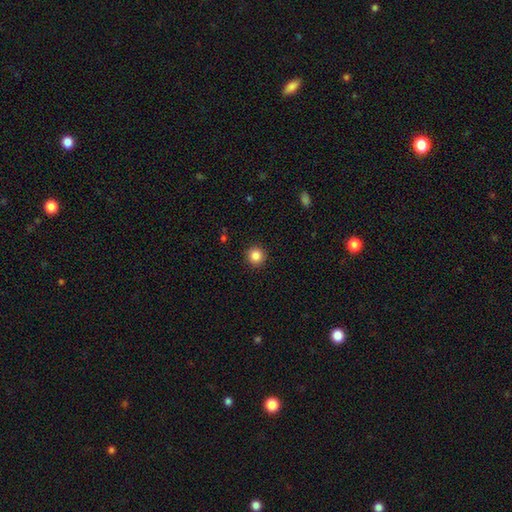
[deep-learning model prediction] Morphology: type=smooth (85%); roundness=round (95%); merging=none (93%).